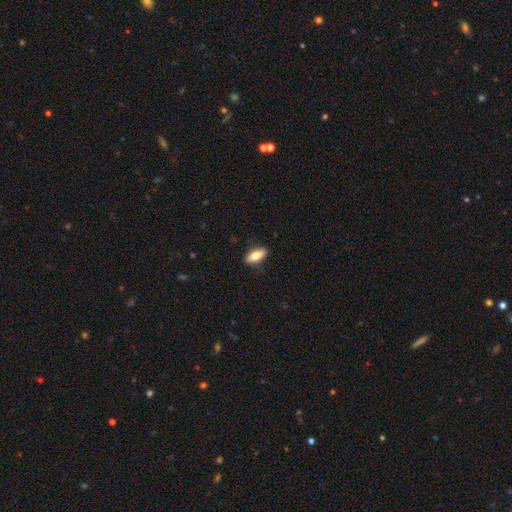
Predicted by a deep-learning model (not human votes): smooth 74%, featured or disk 20%, star or artifact 7%. Down the decision tree: how rounded — in between (77%); merging — none (86%).